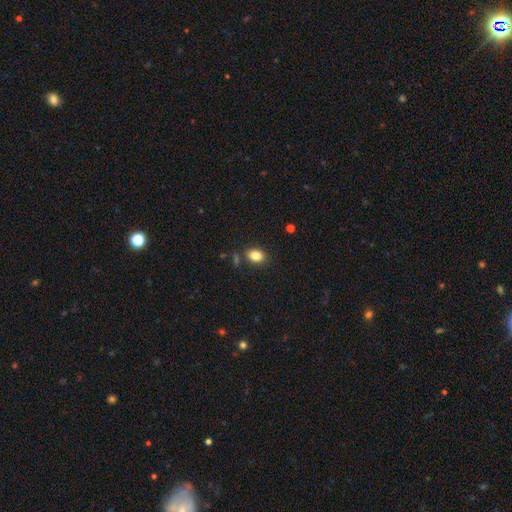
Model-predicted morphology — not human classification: smooth-or-featured: smooth: 85% | star or artifact: 10% | featured or disk: 5%
  how-rounded: in between: 78% | round: 21% | cigar-shaped: 1%
  merging: none: 81% | minor disturbance: 11% | merger: 5% | major disturbance: 3%